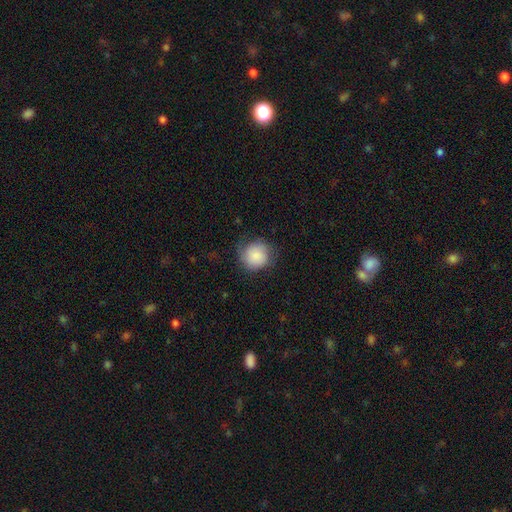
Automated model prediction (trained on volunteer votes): Smooth or featured: smooth — 80% (featured or disk — 13%)
How rounded: round — 88% (in between — 11%)
Merging: none — 63% (minor disturbance — 25%)